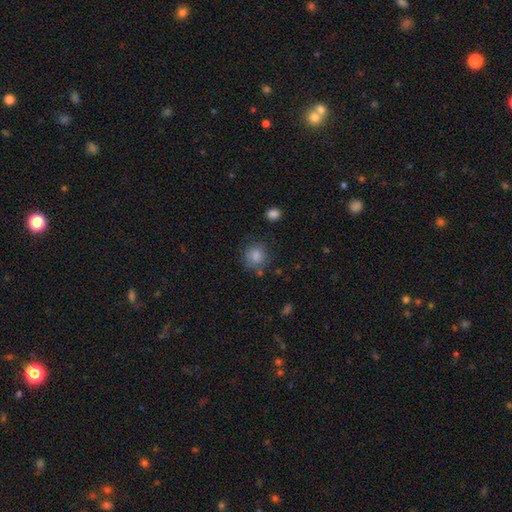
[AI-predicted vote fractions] Q: Smooth or featured?
A: smooth (84%); runner-up: star or artifact (9%)
Q: How rounded?
A: round (86%); runner-up: in between (13%)
Q: Merging?
A: none (74%); runner-up: minor disturbance (16%)